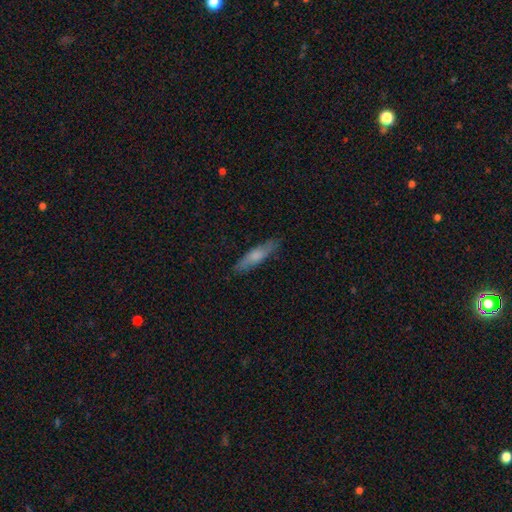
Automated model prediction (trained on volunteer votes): smooth-or-featured: smooth: 64% | featured or disk: 30% | star or artifact: 6%
  how-rounded: cigar-shaped: 78% | in between: 20% | round: 2%
  merging: none: 85% | minor disturbance: 12% | major disturbance: 2% | merger: 1%